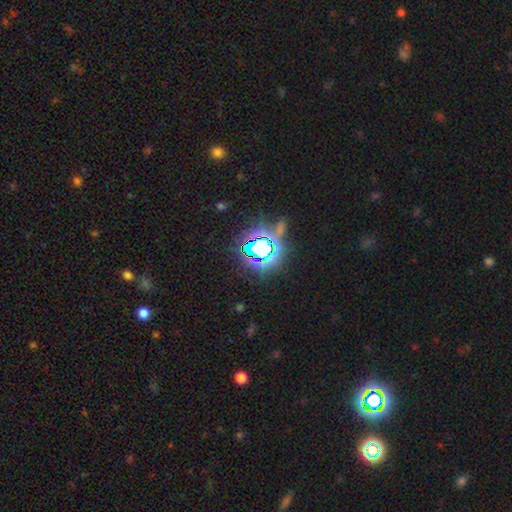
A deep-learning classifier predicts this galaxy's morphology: Q: Smooth or featured?
A: star or artifact (75%); runner-up: smooth (15%)